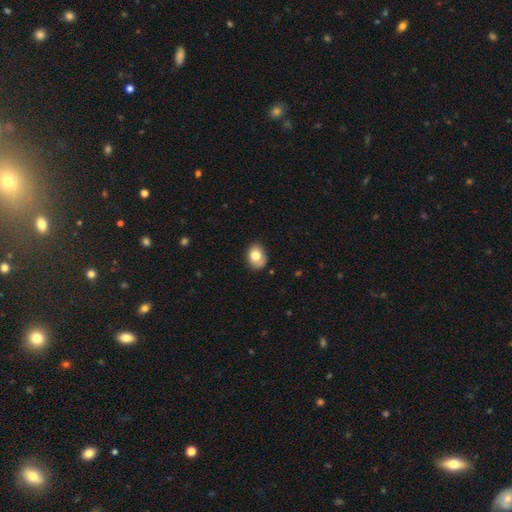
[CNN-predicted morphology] A smooth galaxy with no disk features (79%) that is in between round and cigar-shaped (65%). Merging: none (70%).